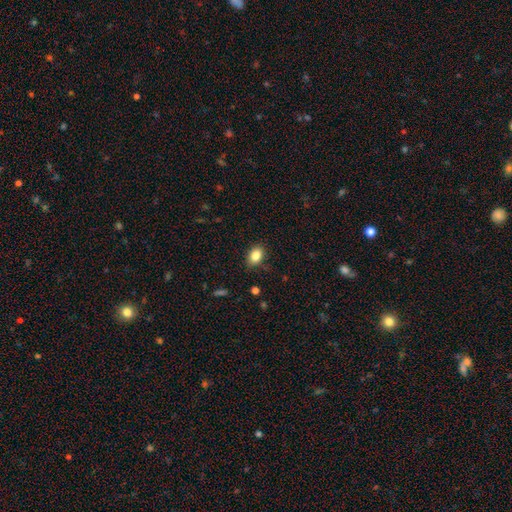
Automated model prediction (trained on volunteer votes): Morphology: type=smooth (85%); roundness=in between (79%); merging=none (84%).